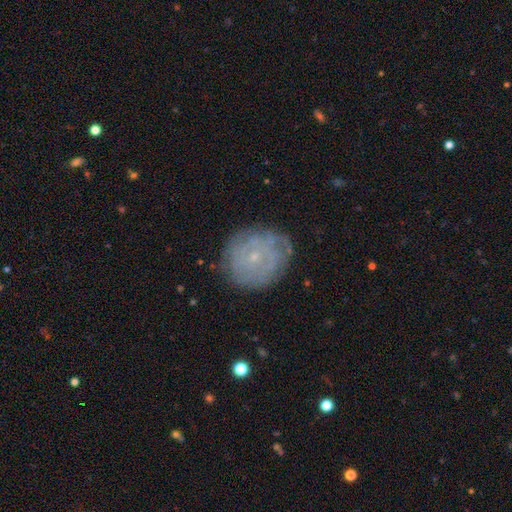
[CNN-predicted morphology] Smooth or featured: featured or disk — 54% (smooth — 31%)
Edge-on disk: no — 96% (yes — 4%)
Bar: no — 83% (weak — 14%)
Spiral arms: yes — 75% (no — 25%)
Bulge size: small — 84% (moderate — 12%)
Merging: none — 79% (minor disturbance — 15%)